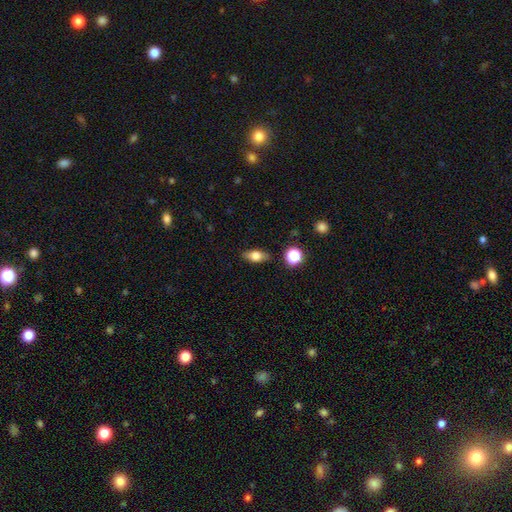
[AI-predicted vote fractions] Smooth or featured? Predicted: smooth (p=0.68). How rounded? Predicted: in between (p=0.76). Merging? Predicted: none (p=0.86).